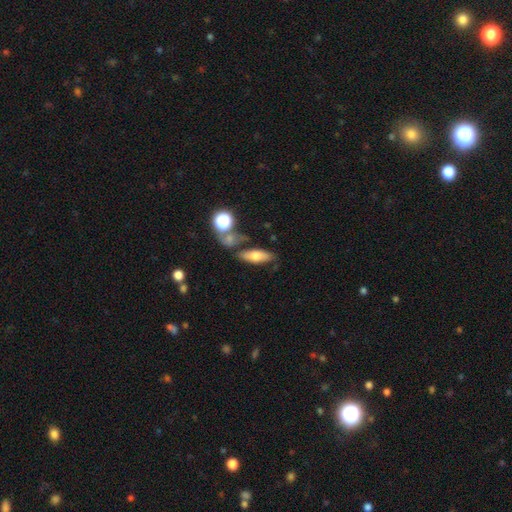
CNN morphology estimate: Q: Smooth or featured?
A: smooth (62%); runner-up: featured or disk (28%)
Q: How rounded?
A: in between (66%); runner-up: cigar-shaped (28%)
Q: Merging?
A: none (58%); runner-up: merger (17%)